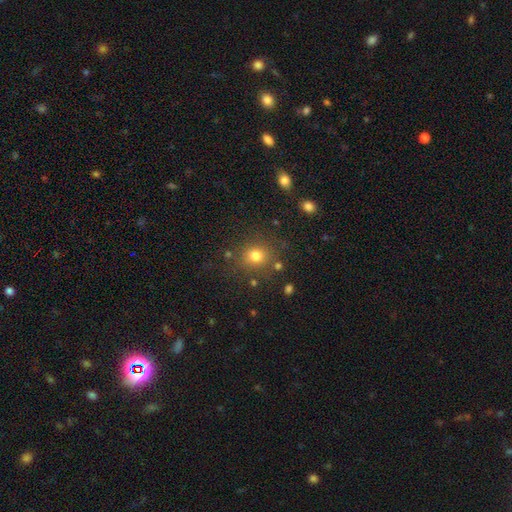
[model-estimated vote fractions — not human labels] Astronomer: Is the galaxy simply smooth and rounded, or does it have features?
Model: smooth — 76%.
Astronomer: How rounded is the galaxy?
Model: round — 82%.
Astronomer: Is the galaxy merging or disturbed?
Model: none — 80%.